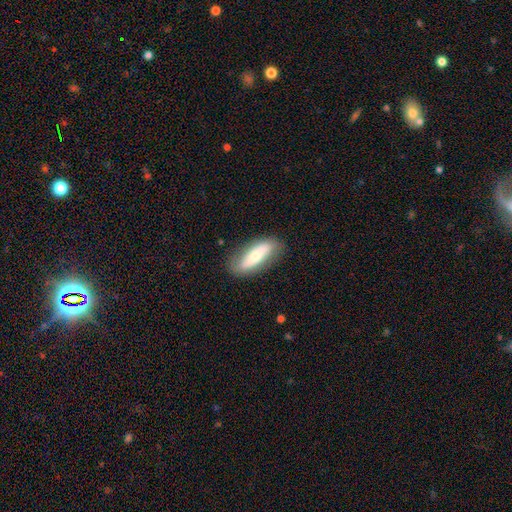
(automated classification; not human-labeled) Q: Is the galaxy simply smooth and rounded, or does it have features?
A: smooth — 60%.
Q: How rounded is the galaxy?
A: in between — 58%.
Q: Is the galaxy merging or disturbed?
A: none — 81%.